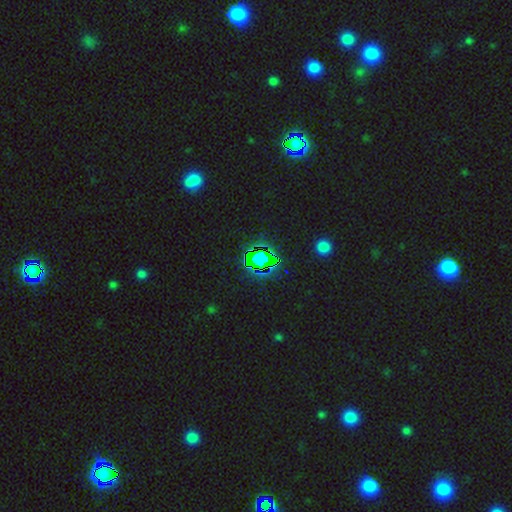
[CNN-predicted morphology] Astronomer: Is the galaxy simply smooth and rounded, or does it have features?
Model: star or artifact — 76%.